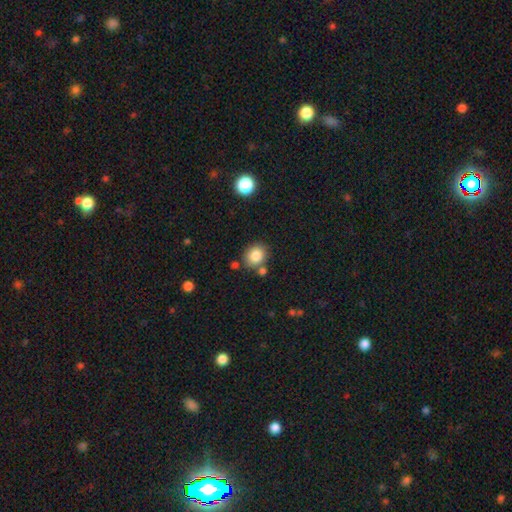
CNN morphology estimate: Smooth or featured? Predicted: smooth (p=0.84). How rounded? Predicted: round (p=0.72). Merging? Predicted: none (p=0.74).